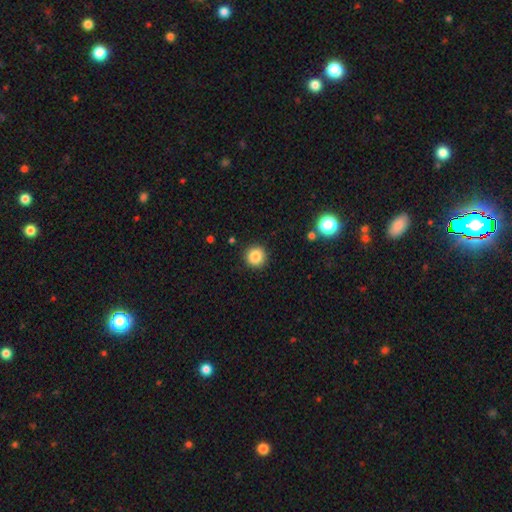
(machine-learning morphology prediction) Smooth or featured? Predicted: smooth (p=0.85). How rounded? Predicted: round (p=0.94). Merging? Predicted: none (p=0.91).